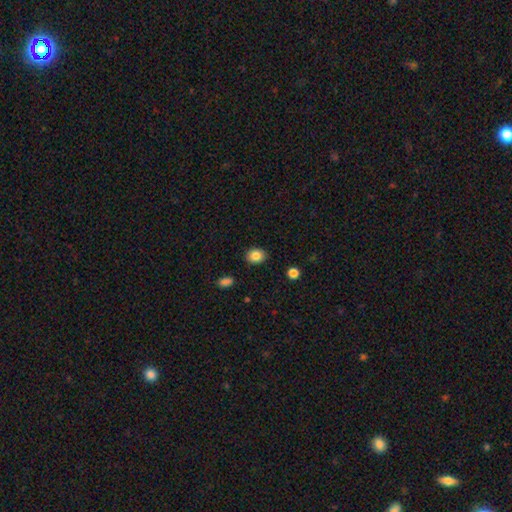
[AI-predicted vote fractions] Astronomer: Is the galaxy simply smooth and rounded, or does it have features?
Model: smooth — 86%.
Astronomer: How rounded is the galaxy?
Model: round — 57% (runner-up: in between, 42%).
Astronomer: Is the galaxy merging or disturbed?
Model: none — 89%.